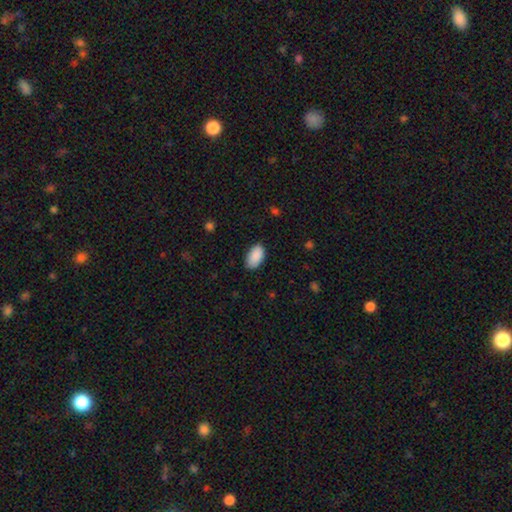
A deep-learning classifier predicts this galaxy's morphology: Smooth or featured?
  - smooth: 90% *
  - star or artifact: 6%
  - featured or disk: 3%
How rounded?
  - in between: 95% *
  - round: 3%
  - cigar-shaped: 1%
Merging?
  - none: 83% *
  - minor disturbance: 14%
  - major disturbance: 3%
  - merger: 1%